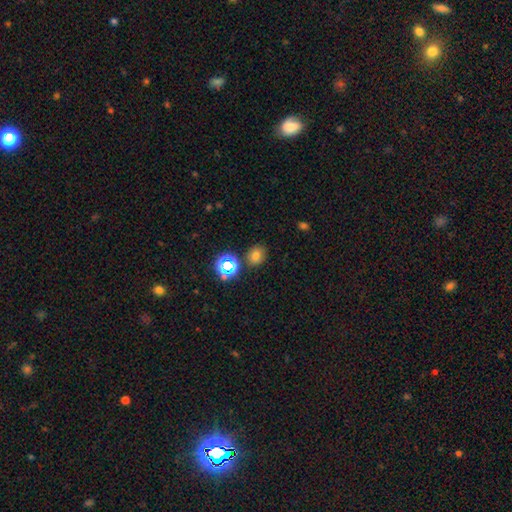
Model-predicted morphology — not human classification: Smooth or featured: smooth — 70% (star or artifact — 22%)
How rounded: round — 60% (in between — 39%)
Merging: none — 80% (minor disturbance — 11%)